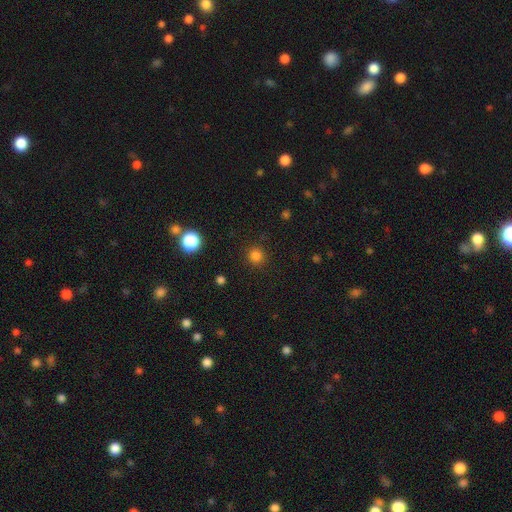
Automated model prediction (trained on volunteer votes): A smooth galaxy with no disk features (82%) that is round (93%). Merging: none (90%).